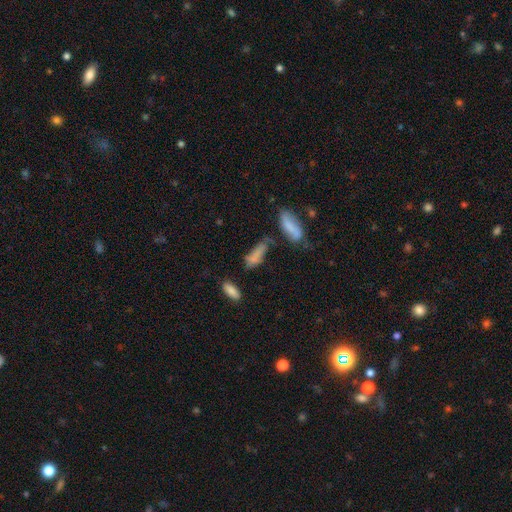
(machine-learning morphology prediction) type=smooth (72%); roundness=in between (57%); merging=none (36%).